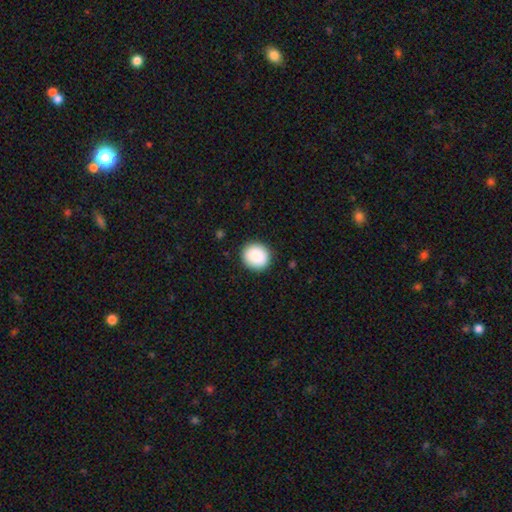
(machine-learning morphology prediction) Smooth or featured?
  - smooth: 87% *
  - star or artifact: 8%
  - featured or disk: 6%
How rounded?
  - round: 91% *
  - in between: 8%
  - cigar-shaped: 1%
Merging?
  - none: 90% *
  - minor disturbance: 7%
  - major disturbance: 2%
  - merger: 1%